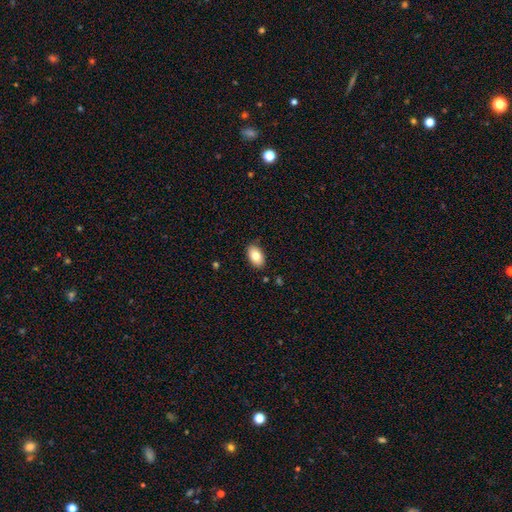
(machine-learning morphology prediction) Smooth or featured: smooth — 79% (featured or disk — 14%)
How rounded: in between — 92% (round — 7%)
Merging: none — 86% (minor disturbance — 11%)